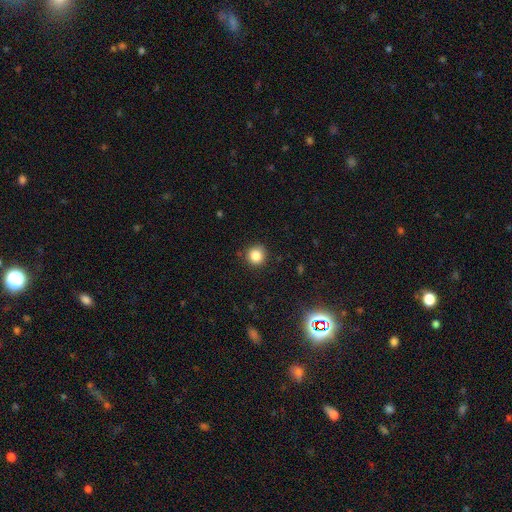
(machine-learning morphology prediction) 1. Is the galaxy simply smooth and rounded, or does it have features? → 84% smooth, 11% star or artifact, 5% featured or disk.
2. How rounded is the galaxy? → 94% round, 6% in between, 1% cigar-shaped.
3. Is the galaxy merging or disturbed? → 90% none, 7% minor disturbance, 2% major disturbance, 1% merger.